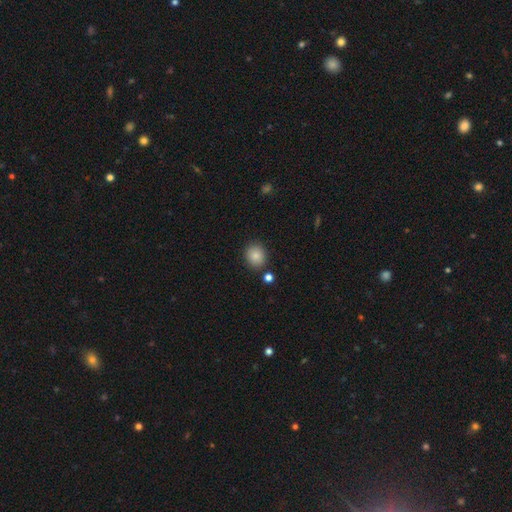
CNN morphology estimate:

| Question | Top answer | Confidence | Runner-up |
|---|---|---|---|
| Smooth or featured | smooth | 86% | star or artifact (9%) |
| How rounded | round | 72% | in between (27%) |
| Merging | none | 85% | minor disturbance (9%) |